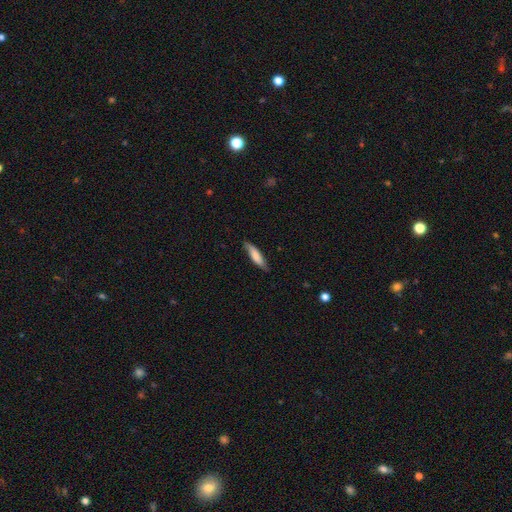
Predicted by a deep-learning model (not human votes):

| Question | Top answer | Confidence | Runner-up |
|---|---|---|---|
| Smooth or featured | smooth | 76% | featured or disk (18%) |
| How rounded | cigar-shaped | 75% | in between (24%) |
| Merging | none | 79% | minor disturbance (17%) |